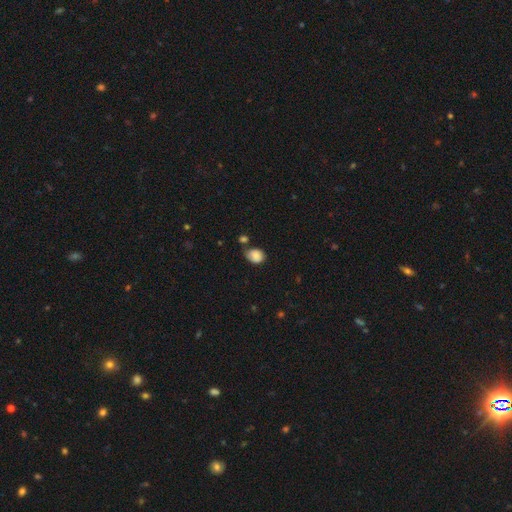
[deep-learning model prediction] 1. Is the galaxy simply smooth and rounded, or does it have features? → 84% smooth, 8% star or artifact, 8% featured or disk.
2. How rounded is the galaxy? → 60% in between, 39% round, 1% cigar-shaped.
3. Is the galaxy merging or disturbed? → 54% none, 27% minor disturbance, 12% merger, 6% major disturbance.